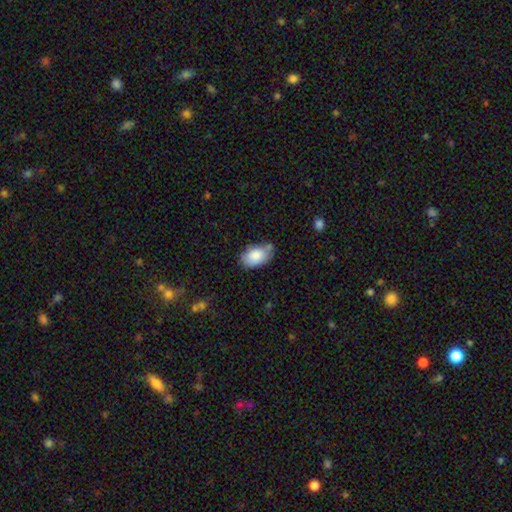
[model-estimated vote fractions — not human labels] Smooth or featured? smooth (83%)
How rounded? in between (92%)
Merging? none (59%)